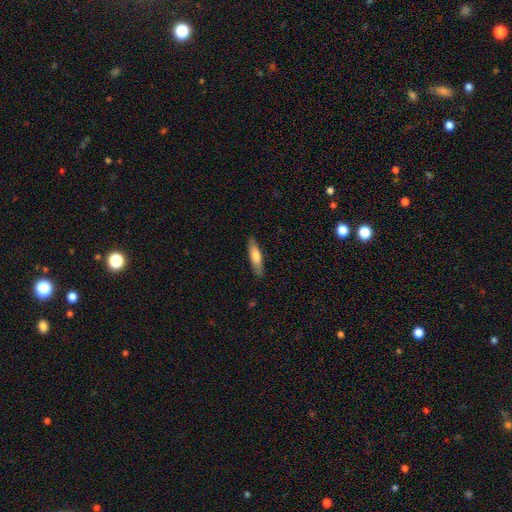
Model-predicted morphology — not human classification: Smooth or featured: smooth — 71% (featured or disk — 24%)
How rounded: cigar-shaped — 68% (in between — 30%)
Merging: none — 87% (minor disturbance — 10%)